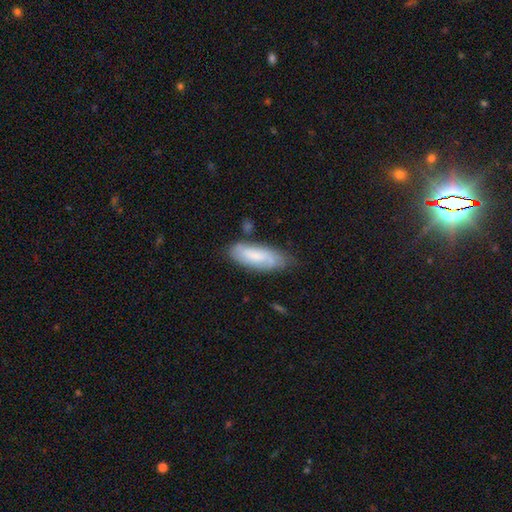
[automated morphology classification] Smooth or featured: smooth — 61% (featured or disk — 32%)
How rounded: in between — 69% (cigar-shaped — 29%)
Merging: none — 62% (minor disturbance — 26%)